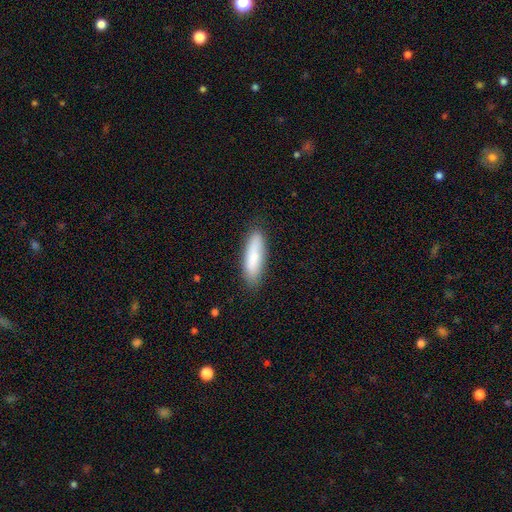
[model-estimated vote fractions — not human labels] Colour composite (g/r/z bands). It shows a smooth galaxy with no disk features (82%) that is cigar-shaped (60%). Merging: none (84%).